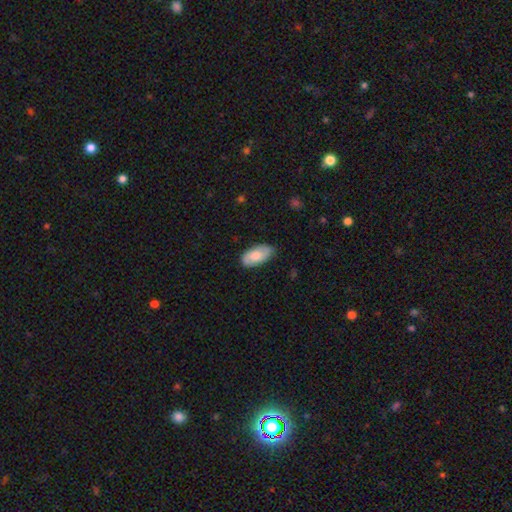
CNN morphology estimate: Smooth or featured? Predicted: smooth (p=0.68). How rounded? Predicted: in between (p=0.94). Merging? Predicted: none (p=0.78).